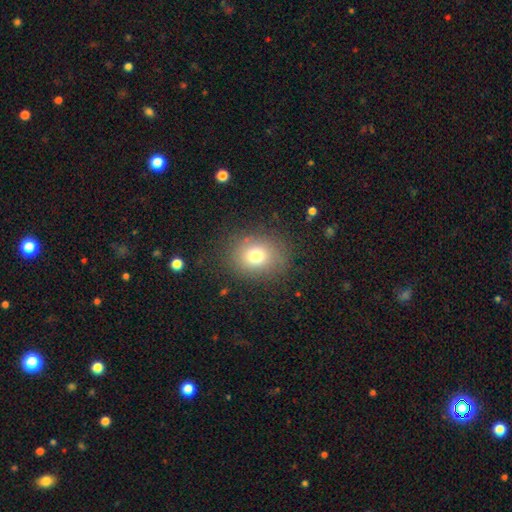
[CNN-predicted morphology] This is likely a smooth galaxy (74%). How rounded: likely round (61%). Merging: clearly none (83%).